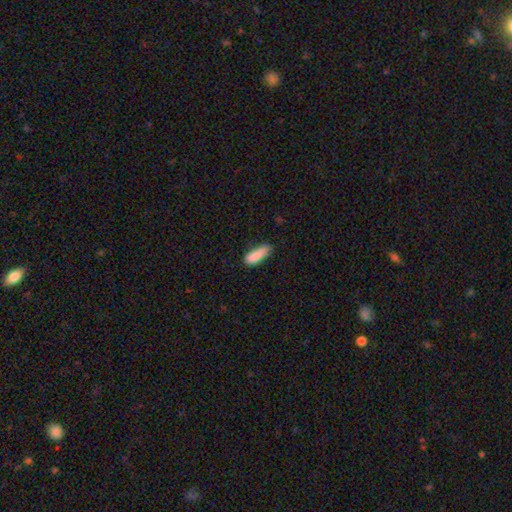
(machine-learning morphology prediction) type=smooth (87%); roundness=in between (58%); merging=none (60%).